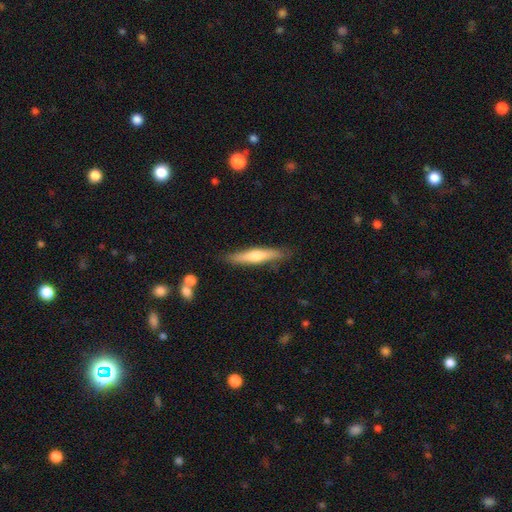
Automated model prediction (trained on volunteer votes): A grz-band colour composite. It shows a smooth galaxy with no disk features (50%). Merging: none (85%).